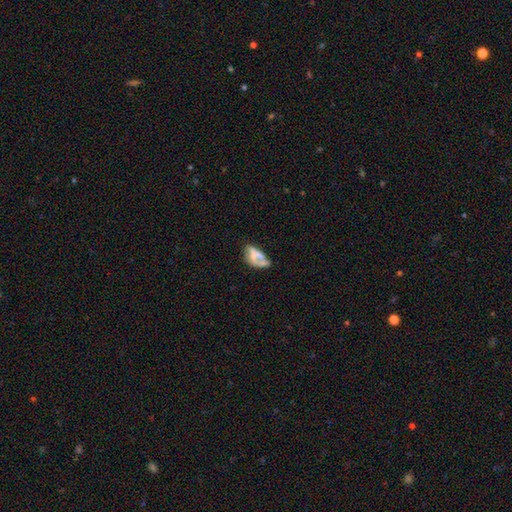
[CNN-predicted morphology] The model was most divided on "smooth or featured": featured or disk: 45%, smooth: 43%, star or artifact: 12%. Remaining: merging — none (29%).